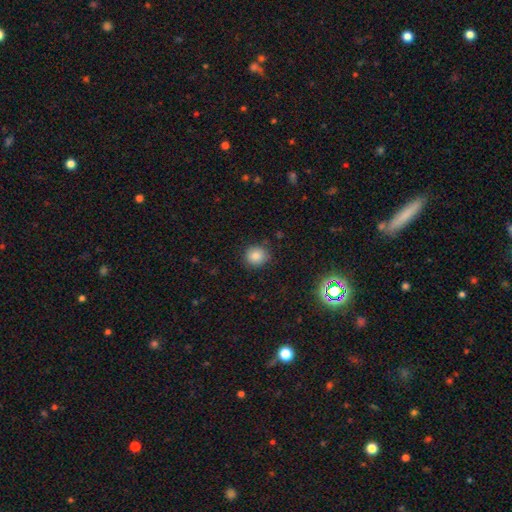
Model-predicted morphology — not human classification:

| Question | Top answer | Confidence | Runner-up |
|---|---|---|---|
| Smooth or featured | smooth | 82% | star or artifact (12%) |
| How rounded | round | 88% | in between (11%) |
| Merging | none | 86% | minor disturbance (10%) |